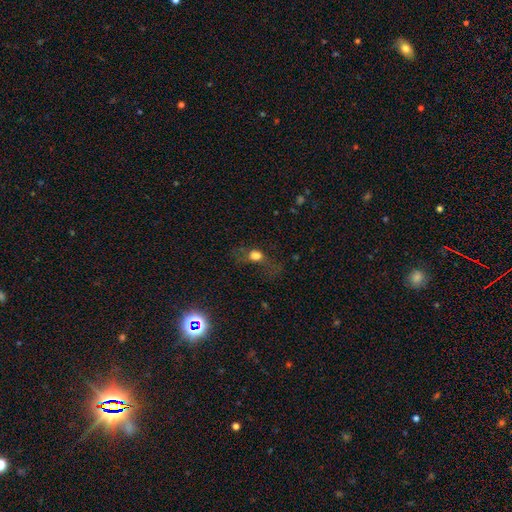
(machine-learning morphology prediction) This appears to be a smooth galaxy with no disk features (65%) that is in between round and cigar-shaped (53%). Merging: none (38%, tied with major disturbance).